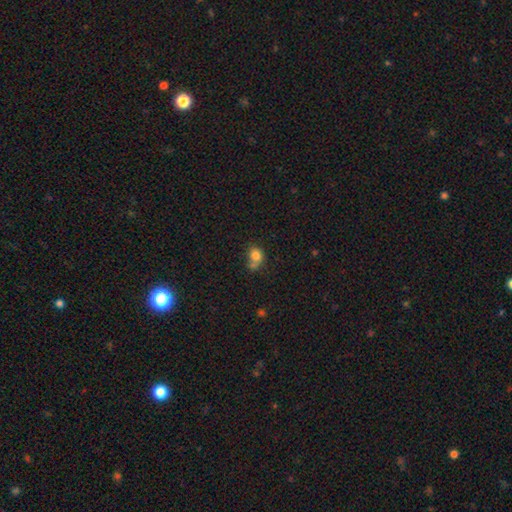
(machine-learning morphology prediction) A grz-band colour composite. It shows a smooth galaxy with no disk features (79%) that is round (61%). Merging: none (41%).